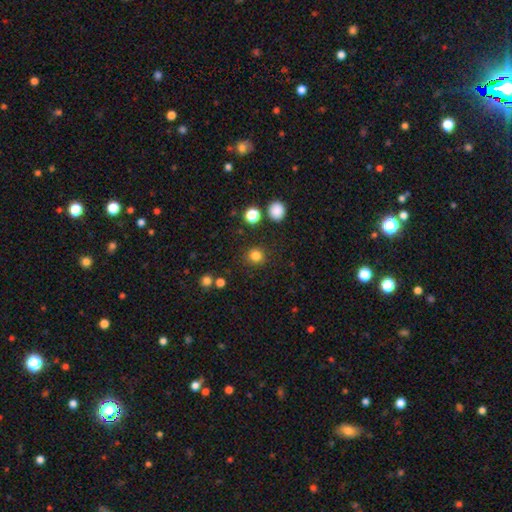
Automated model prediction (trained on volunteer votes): Morphology: type=smooth (83%); roundness=round (92%); merging=none (89%).